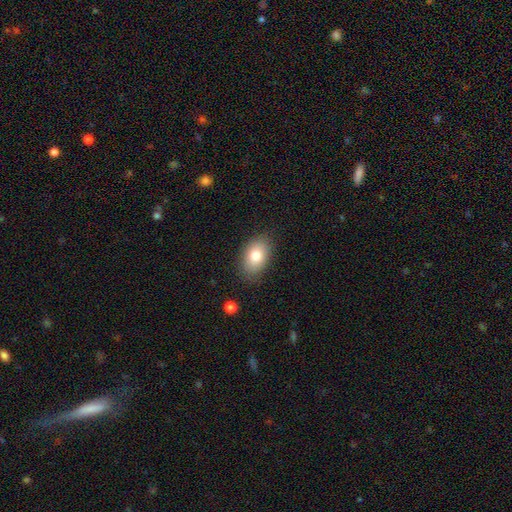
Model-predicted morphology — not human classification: A smooth galaxy with no disk features (79%) that is in between round and cigar-shaped (87%).

Vote fractions:
- Smooth or featured? smooth: 79% / featured or disk: 13% / star or artifact: 8%
- How rounded? in between: 87% / round: 11% / cigar-shaped: 1%
- Merging? none: 85% / minor disturbance: 11% / major disturbance: 3% / merger: 1%